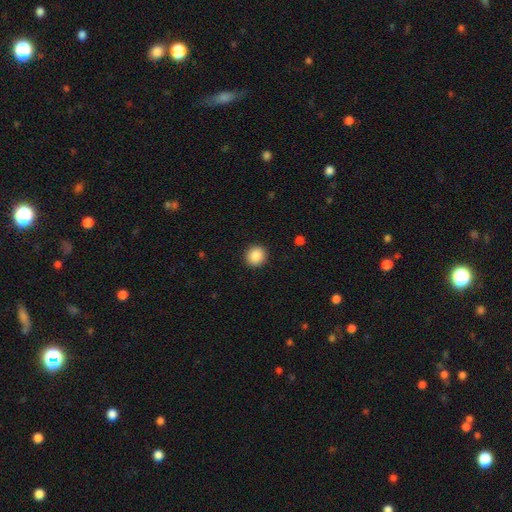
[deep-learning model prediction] Smooth or featured?
  - smooth: 88% *
  - star or artifact: 8%
  - featured or disk: 3%
How rounded?
  - round: 91% *
  - in between: 8%
  - cigar-shaped: 1%
Merging?
  - none: 92% *
  - minor disturbance: 5%
  - major disturbance: 2%
  - merger: 1%